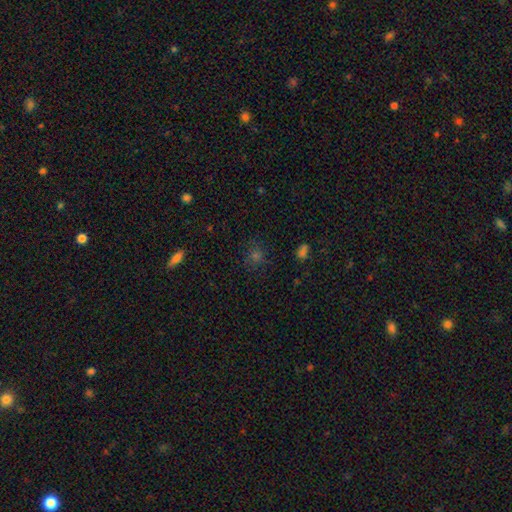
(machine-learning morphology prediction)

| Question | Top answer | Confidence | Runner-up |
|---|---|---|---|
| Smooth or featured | smooth | 56% | star or artifact (34%) |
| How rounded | round | 81% | in between (17%) |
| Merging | none | 83% | minor disturbance (11%) |